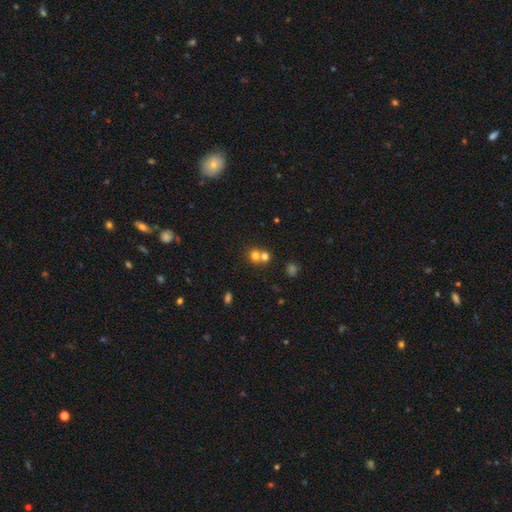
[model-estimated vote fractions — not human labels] smooth-or-featured: smooth: 71% | star or artifact: 15% | featured or disk: 14%
  how-rounded: round: 81% | in between: 18% | cigar-shaped: 1%
  merging: merger: 54% | none: 38% | minor disturbance: 5% | major disturbance: 3%